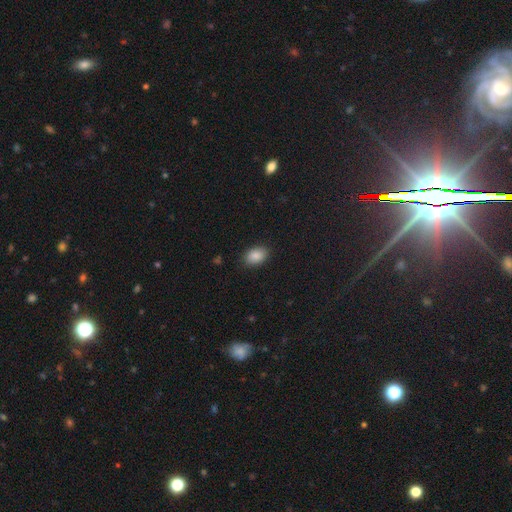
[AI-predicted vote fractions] Smooth or featured?
  - smooth: 88% *
  - star or artifact: 8%
  - featured or disk: 4%
How rounded?
  - in between: 87% *
  - round: 12%
  - cigar-shaped: 1%
Merging?
  - none: 87% *
  - minor disturbance: 10%
  - major disturbance: 3%
  - merger: 1%